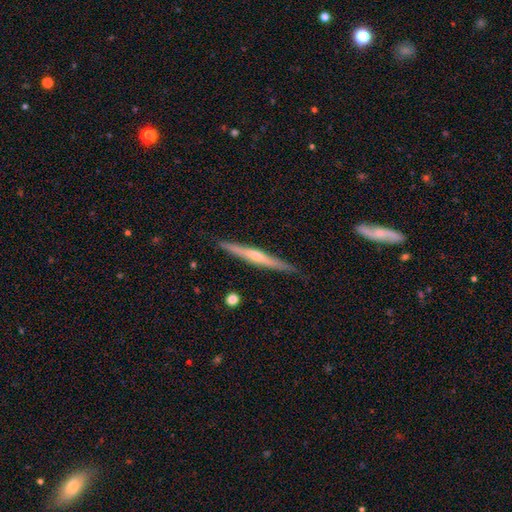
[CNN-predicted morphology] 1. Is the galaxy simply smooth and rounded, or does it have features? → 65% featured or disk, 30% smooth, 6% star or artifact.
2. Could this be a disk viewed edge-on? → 97% yes, 3% no.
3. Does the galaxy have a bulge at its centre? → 62% rounded, 31% none, 6% boxy.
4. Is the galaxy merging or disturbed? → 88% none, 9% minor disturbance, 2% major disturbance, 1% merger.